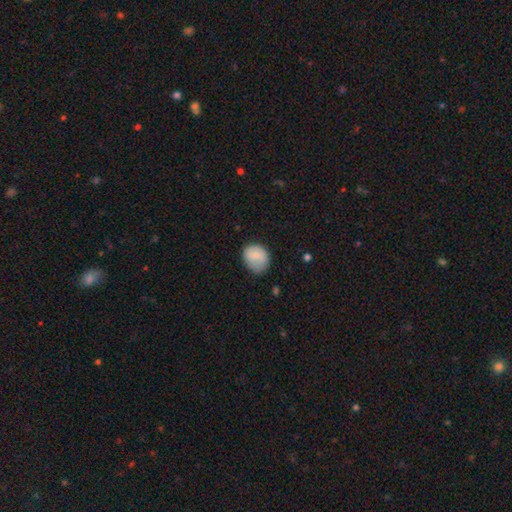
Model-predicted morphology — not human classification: A smooth galaxy with no disk features (79%) that is round (54%). Merging: none (58%).